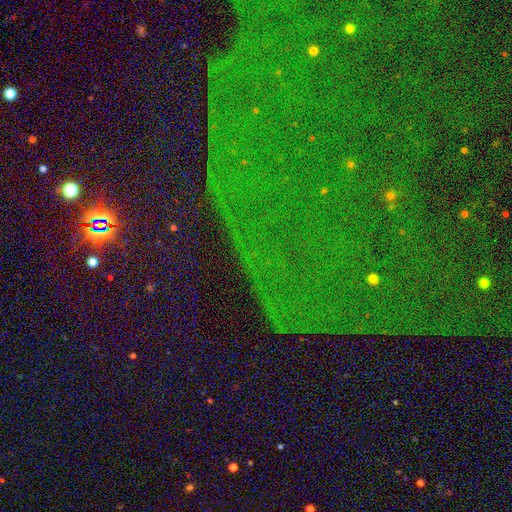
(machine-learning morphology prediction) A star or artifact, not a galaxy (86%).